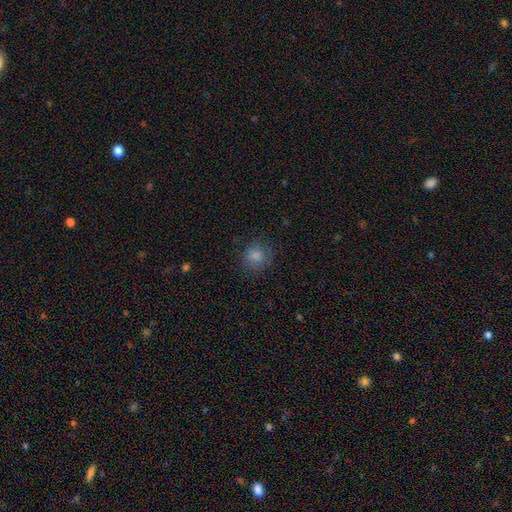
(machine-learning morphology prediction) Smooth or featured?
  - smooth: 83% *
  - star or artifact: 10%
  - featured or disk: 7%
How rounded?
  - round: 87% *
  - in between: 13%
  - cigar-shaped: 1%
Merging?
  - none: 78% *
  - minor disturbance: 15%
  - major disturbance: 5%
  - merger: 1%